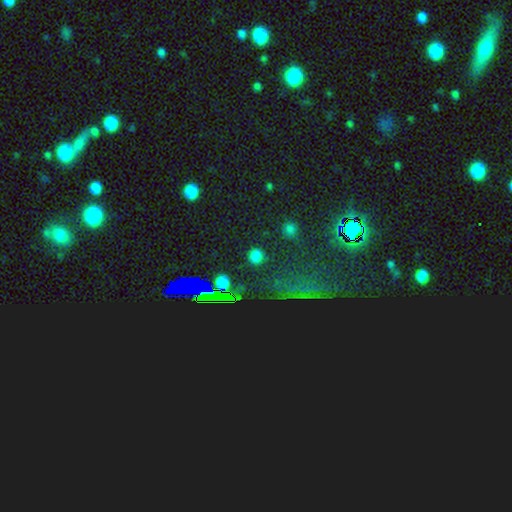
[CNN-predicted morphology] This is likely a smooth galaxy (73%). How rounded: clearly round (87%). Merging: clearly none (88%).